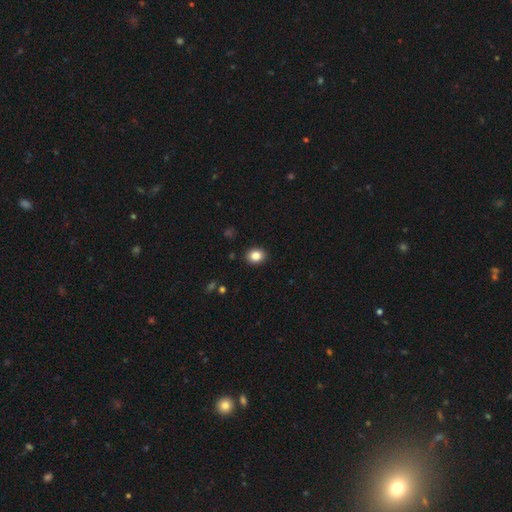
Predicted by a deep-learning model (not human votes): Overall: smooth (85%). How rounded: round (59%; in between 40%). Merging: none (91%).